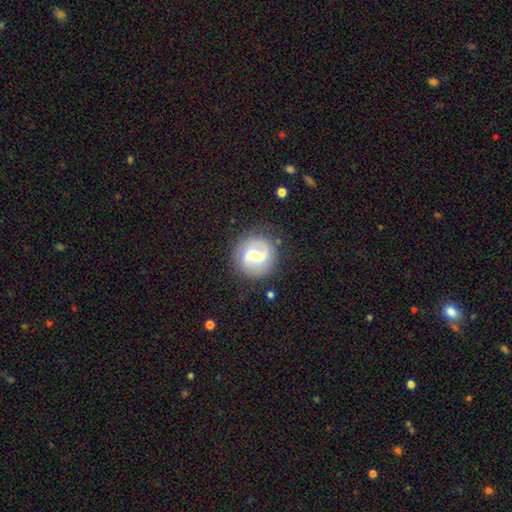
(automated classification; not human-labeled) Smooth or featured?
  - featured or disk: 76% *
  - smooth: 19%
  - star or artifact: 6%
Edge-on disk?
  - no: 98% *
  - yes: 2%
Bar?
  - weak: 50% *
  - strong: 34%
  - no: 16%
Spiral arms?
  - yes: 89% *
  - no: 11%
Spiral winding?
  - medium: 47% *
  - loose: 34%
  - tight: 18%
Spiral arm count?
  - 2: 88% *
  - can't tell: 4%
  - 1: 4%
  - 3: 1%
  - 4: 1%
  - more than 4: 1%
Bulge size?
  - moderate: 62% *
  - small: 20%
  - large: 14%
  - none: 2%
  - dominant: 2%
Merging?
  - none: 83% *
  - minor disturbance: 10%
  - major disturbance: 5%
  - merger: 2%